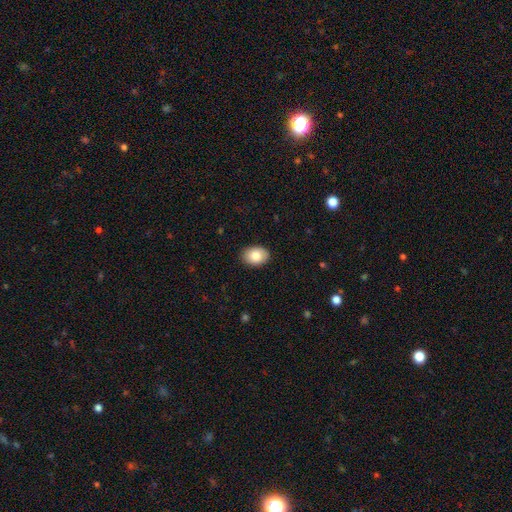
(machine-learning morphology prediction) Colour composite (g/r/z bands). It shows a smooth galaxy with no disk features (85%) that is in between round and cigar-shaped (79%). Merging: none (89%).